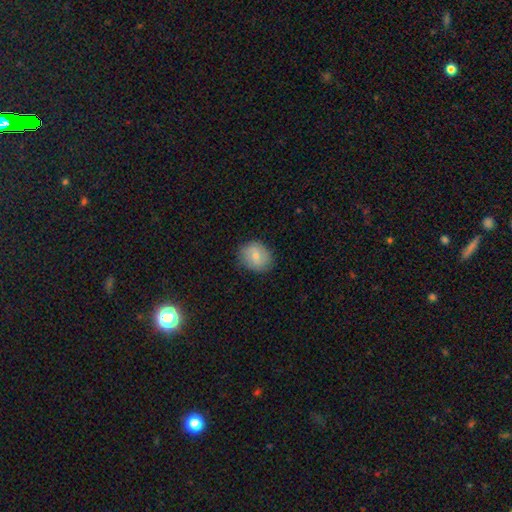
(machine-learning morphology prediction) This appears to be a smooth galaxy with no disk features (69%) that is round (65%). Merging: none (81%).